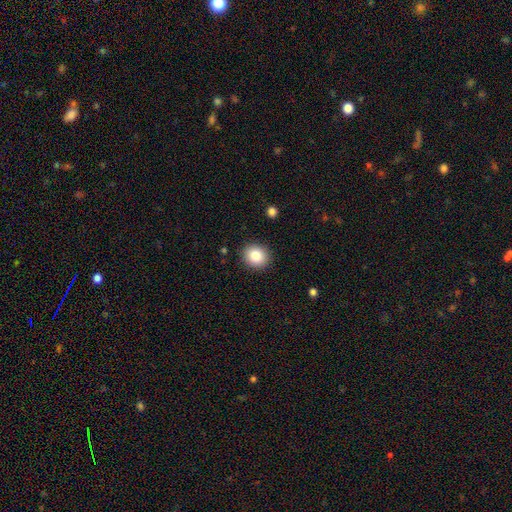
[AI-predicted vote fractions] Morphology: type=smooth (84%); roundness=round (80%); merging=none (90%).